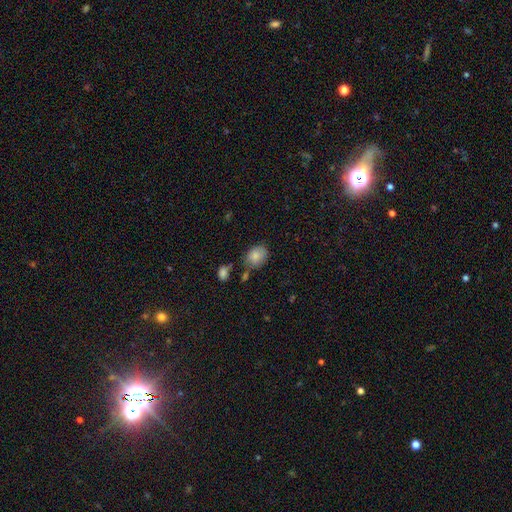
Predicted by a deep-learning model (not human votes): smooth 83%, featured or disk 8%, star or artifact 8%. Down the decision tree: how rounded — in between (52%); merging — none (62%).